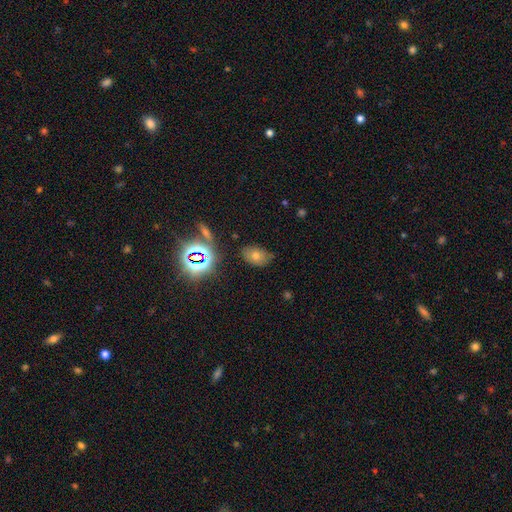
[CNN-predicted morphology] smooth-or-featured: smooth: 47% | star or artifact: 37% | featured or disk: 16%
  merging: none: 77% | minor disturbance: 16% | major disturbance: 5% | merger: 2%